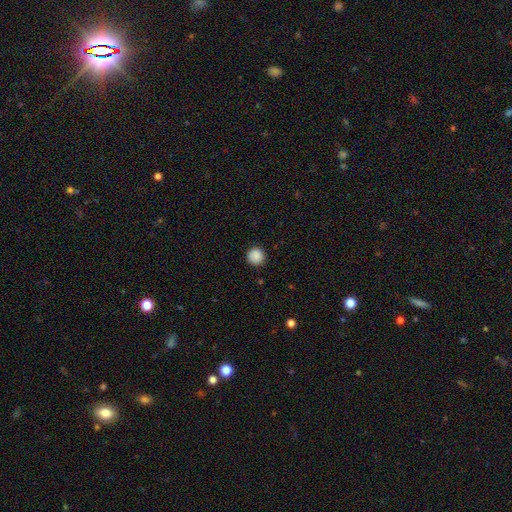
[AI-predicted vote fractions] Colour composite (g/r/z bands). It shows a smooth galaxy with no disk features (88%) that is round (95%). Merging: none (91%).